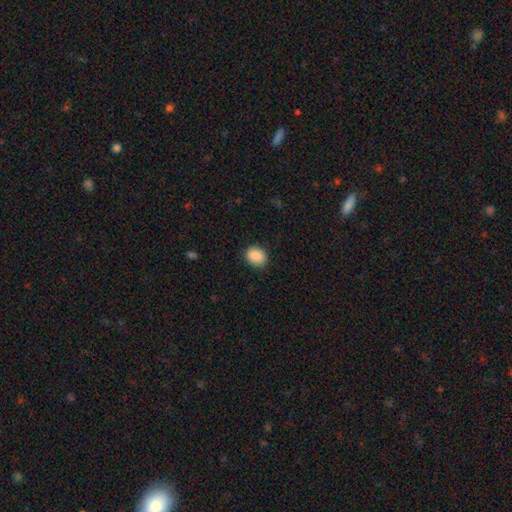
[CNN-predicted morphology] A smooth galaxy with no disk features (89%) that is round (57%). Merging: none (86%).